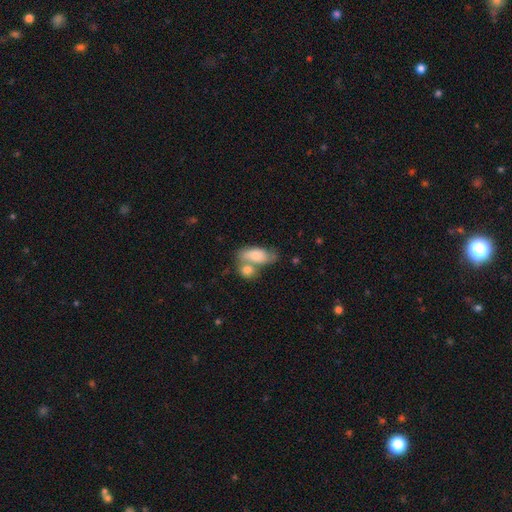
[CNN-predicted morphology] Smooth or featured? Predicted: smooth (p=0.73). How rounded? Predicted: in between (p=0.86). Merging? Predicted: merger (p=0.50).